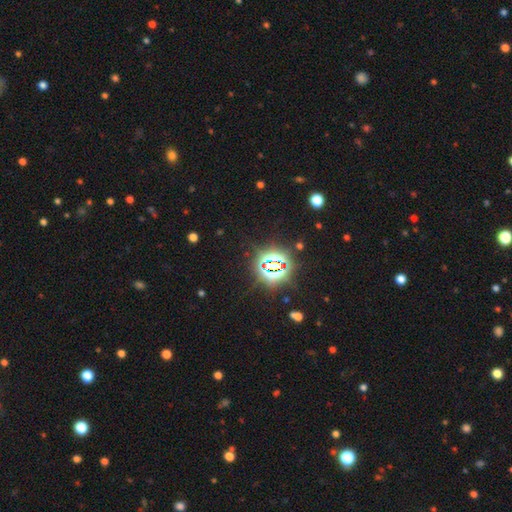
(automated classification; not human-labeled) Smooth or featured? star or artifact (85%)